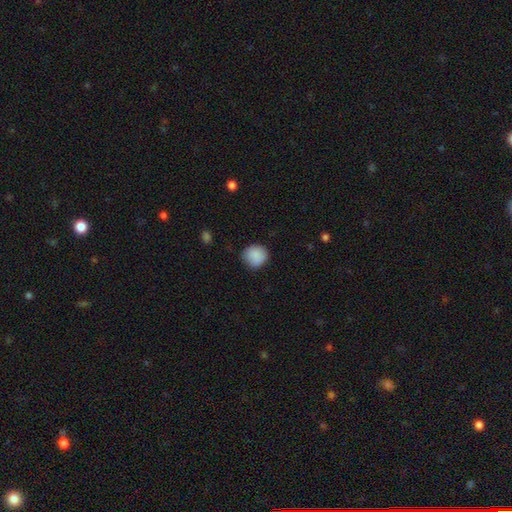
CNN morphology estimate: Smooth or featured? Predicted: smooth (p=0.89). How rounded? Predicted: round (p=0.89). Merging? Predicted: none (p=0.82).